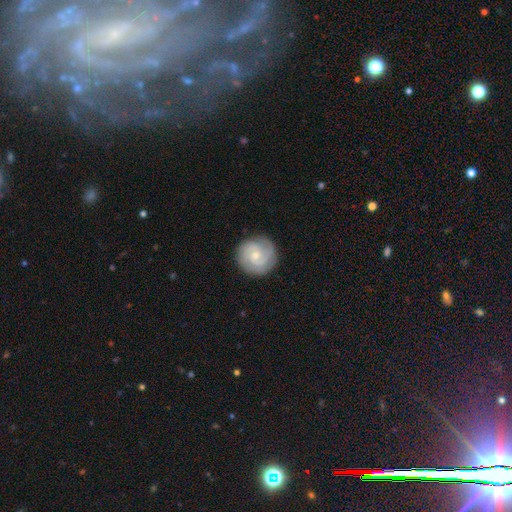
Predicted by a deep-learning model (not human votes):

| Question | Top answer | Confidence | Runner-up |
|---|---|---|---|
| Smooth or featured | featured or disk | 75% | smooth (20%) |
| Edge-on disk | no | 98% | yes (2%) |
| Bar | no | 70% | weak (27%) |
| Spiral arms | yes | 95% | no (5%) |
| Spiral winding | tight | 64% | medium (29%) |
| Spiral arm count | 2 | 42% | 3 (26%) |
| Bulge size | small | 64% | moderate (32%) |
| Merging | none | 85% | minor disturbance (11%) |